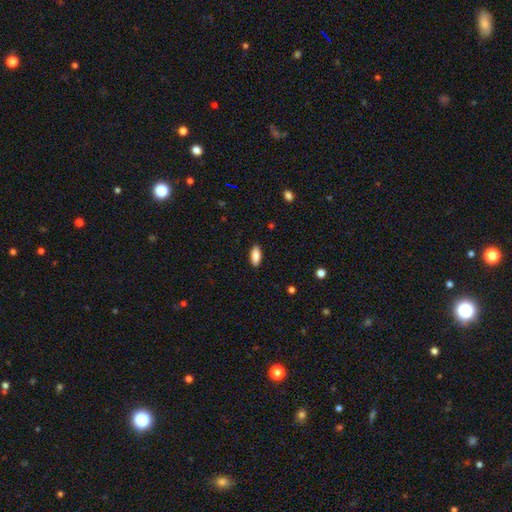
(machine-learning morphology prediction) smooth 86%, featured or disk 7%, star or artifact 7%. Down the decision tree: how rounded — in between (83%); merging — none (90%).